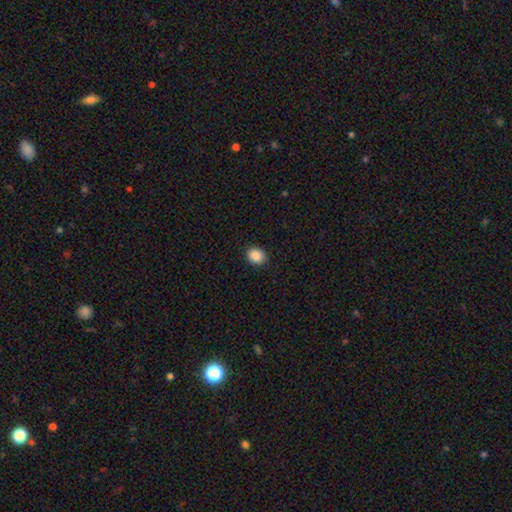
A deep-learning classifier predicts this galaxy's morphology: Overall: smooth (88%). How rounded: round (57%; in between 42%). Merging: none (90%).